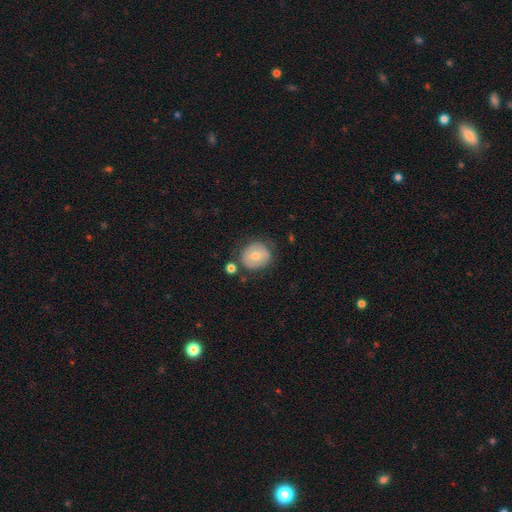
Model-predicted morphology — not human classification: Overall: smooth (62%; featured or disk 31%). How rounded: round (75%). Merging: none (69%).